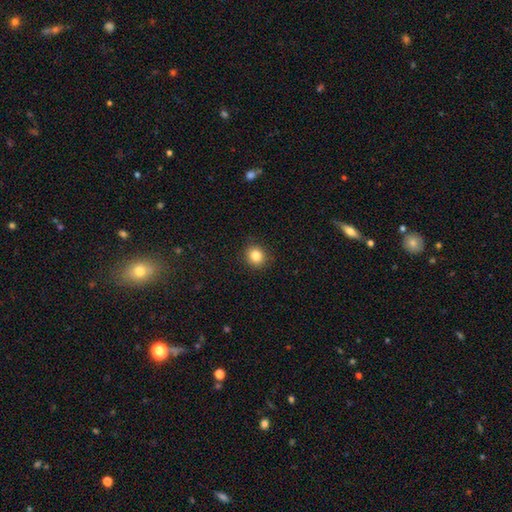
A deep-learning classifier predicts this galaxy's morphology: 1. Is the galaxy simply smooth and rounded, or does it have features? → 84% smooth, 11% star or artifact, 6% featured or disk.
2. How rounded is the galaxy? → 85% round, 14% in between, 1% cigar-shaped.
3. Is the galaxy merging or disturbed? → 91% none, 6% minor disturbance, 2% major disturbance, 1% merger.